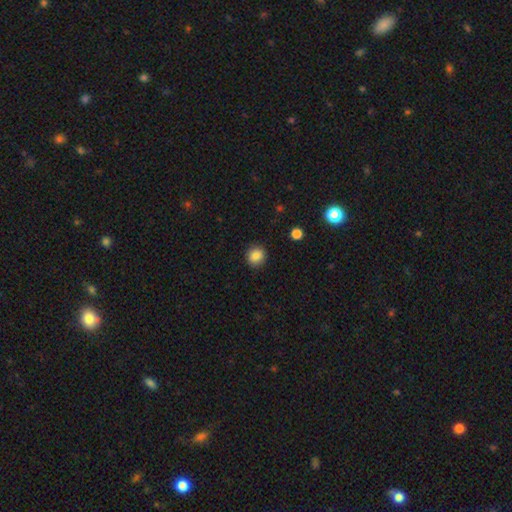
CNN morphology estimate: Overall: smooth (86%). How rounded: round (87%). Merging: none (91%).